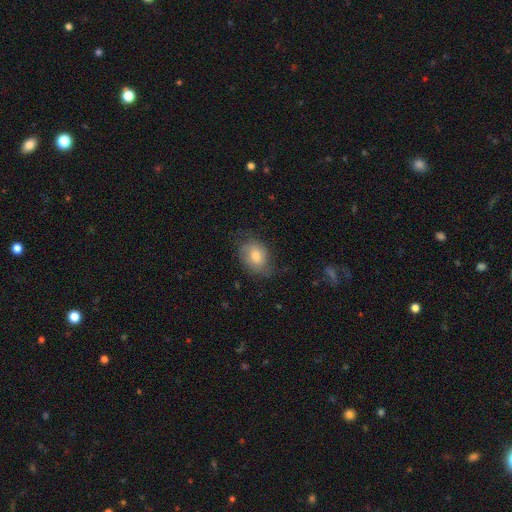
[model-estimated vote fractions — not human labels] smooth 50%, featured or disk 41%, star or artifact 9%. Down the decision tree: how rounded — in between (65%); merging — none (63%).